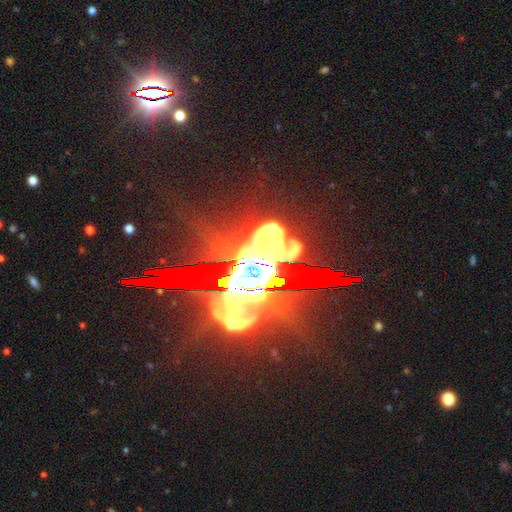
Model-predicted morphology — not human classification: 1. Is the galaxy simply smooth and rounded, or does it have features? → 48% featured or disk, 43% star or artifact, 9% smooth.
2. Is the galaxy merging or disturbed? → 57% none, 17% major disturbance, 16% minor disturbance, 11% merger.